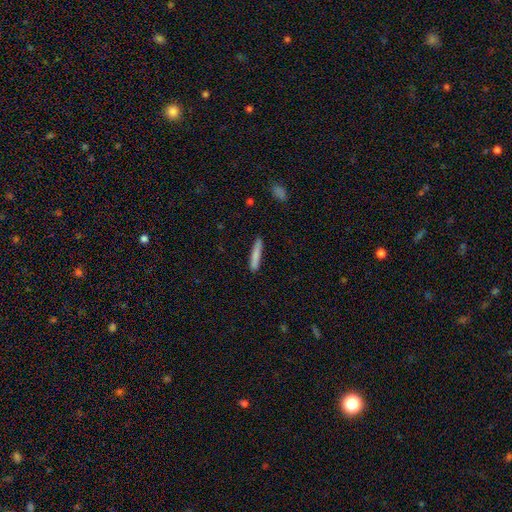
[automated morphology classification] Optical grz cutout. It shows a smooth galaxy with no disk features (82%) that is cigar-shaped (93%). Merging: none (87%).